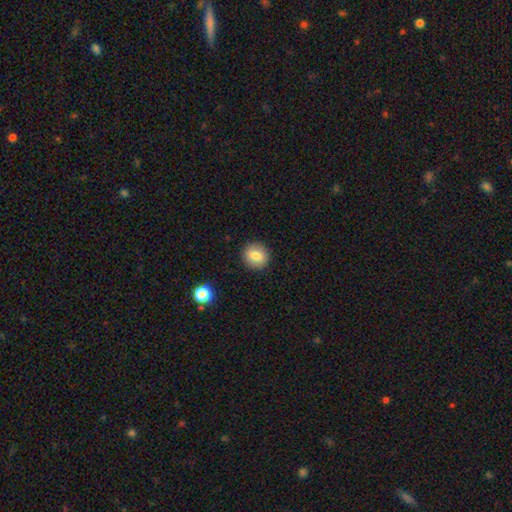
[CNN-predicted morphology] A smooth galaxy with no disk features (80%) that is round (85%). Merging: none (89%).